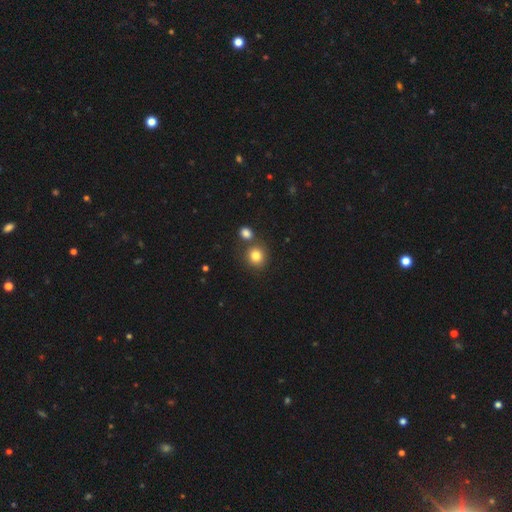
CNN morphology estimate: type=smooth (82%); roundness=round (84%); merging=none (71%).